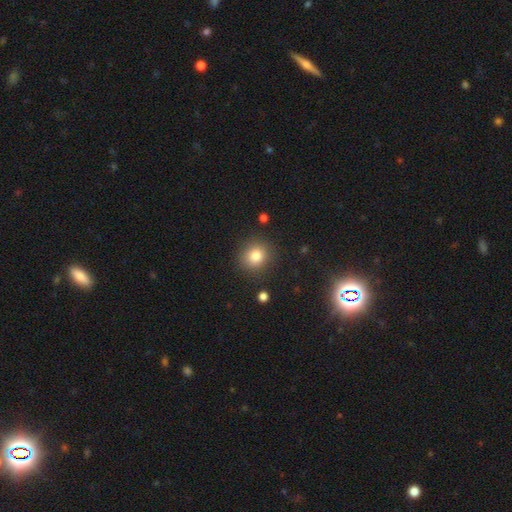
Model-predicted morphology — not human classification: This appears to be a smooth galaxy with no disk features (82%) that is round (86%). Merging: none (88%).